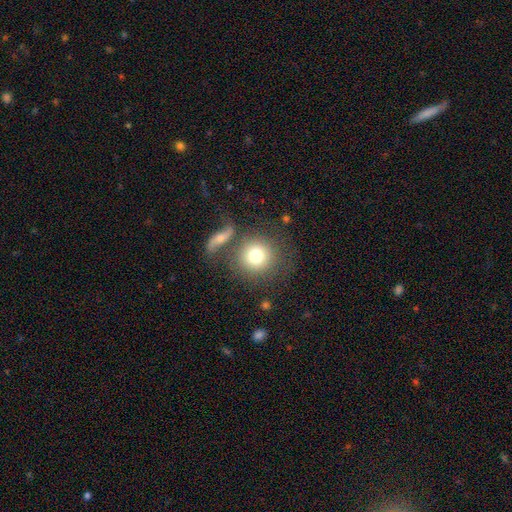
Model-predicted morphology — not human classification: A smooth galaxy with no disk features (74%) that is round (92%). Merging: none (69%).